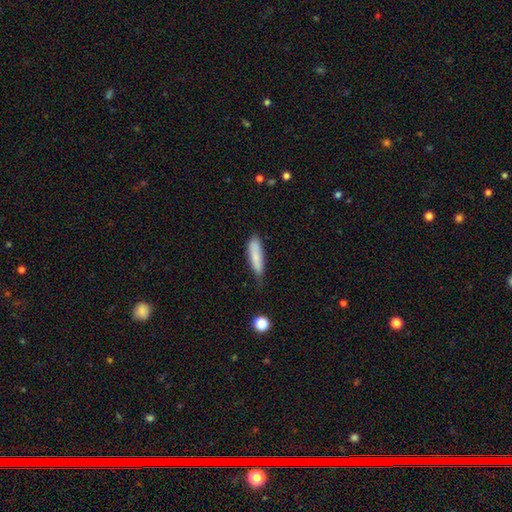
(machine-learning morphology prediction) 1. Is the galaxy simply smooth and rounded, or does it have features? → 83% smooth, 10% featured or disk, 7% star or artifact.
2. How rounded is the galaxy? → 70% cigar-shaped, 29% in between, 2% round.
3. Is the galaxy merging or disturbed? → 57% none, 34% minor disturbance, 7% major disturbance, 3% merger.